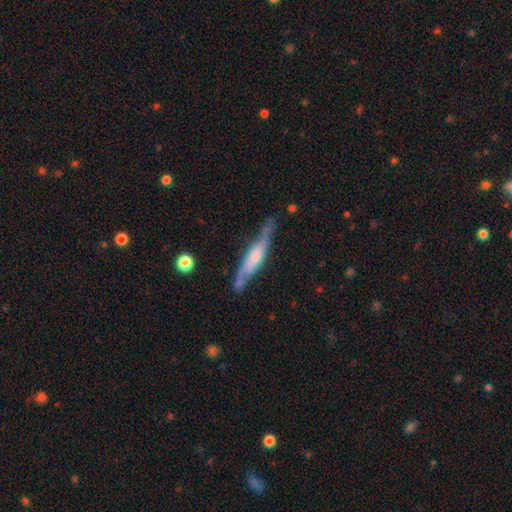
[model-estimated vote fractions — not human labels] A featured or disk galaxy (63%) viewed edge-on (78%).

Vote fractions:
- Smooth or featured? featured or disk: 63% / smooth: 31% / star or artifact: 5%
- Edge-on disk? yes: 78% / no: 22%
- Merging? none: 70% / minor disturbance: 22% / major disturbance: 5% / merger: 3%